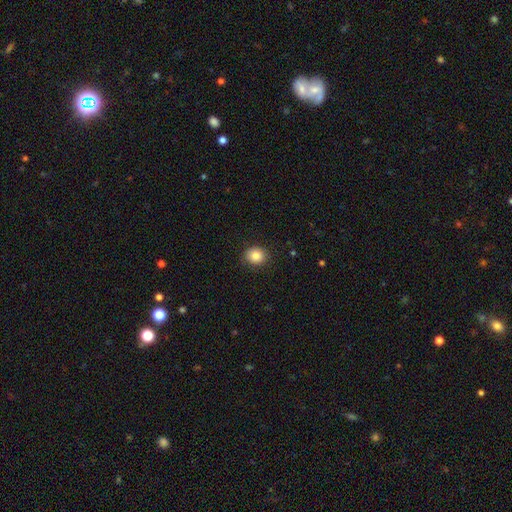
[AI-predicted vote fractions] The model was most divided on "how rounded": round: 73%, in between: 26%, cigar-shaped: 1%. More confident: merging — none (86%); smooth or featured — smooth (84%).